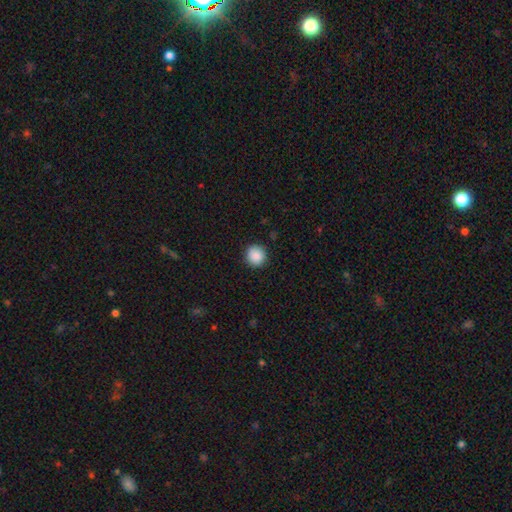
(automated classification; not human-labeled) smooth-or-featured: smooth: 88% | star or artifact: 8% | featured or disk: 4%
  how-rounded: round: 93% | in between: 6% | cigar-shaped: 1%
  merging: none: 90% | minor disturbance: 8% | major disturbance: 2% | merger: 1%